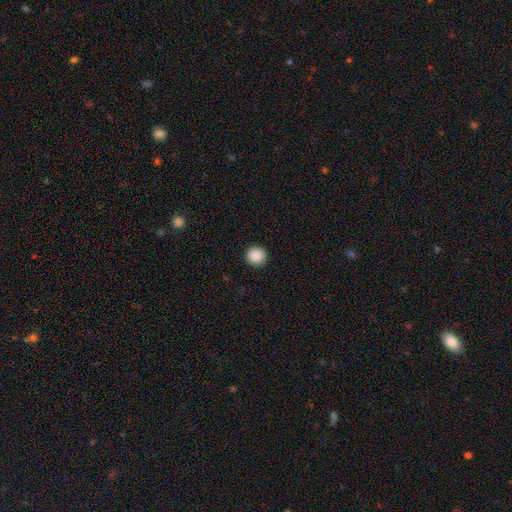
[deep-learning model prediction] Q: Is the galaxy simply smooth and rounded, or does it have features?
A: smooth — 89%.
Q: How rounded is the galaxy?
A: round — 93%.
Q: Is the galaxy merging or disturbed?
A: none — 91%.